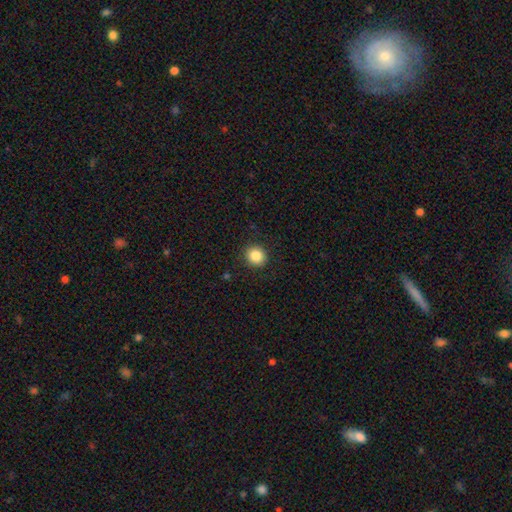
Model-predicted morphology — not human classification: Overall: smooth (86%). How rounded: round (86%). Merging: none (90%).